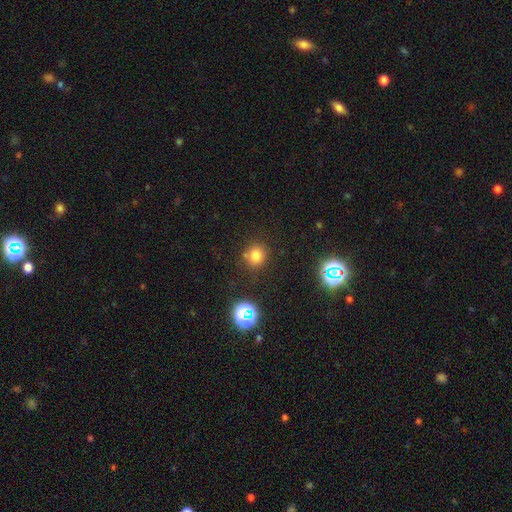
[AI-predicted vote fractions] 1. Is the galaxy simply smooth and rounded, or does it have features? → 74% smooth, 19% star or artifact, 6% featured or disk.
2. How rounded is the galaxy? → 86% round, 13% in between, 1% cigar-shaped.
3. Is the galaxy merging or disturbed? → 78% none, 11% minor disturbance, 7% merger, 4% major disturbance.